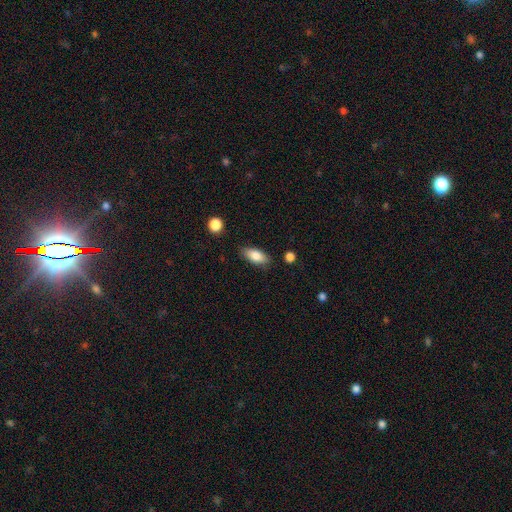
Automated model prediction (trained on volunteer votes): A smooth galaxy with no disk features (83%) that is in between round and cigar-shaped (87%). Merging: none (83%).